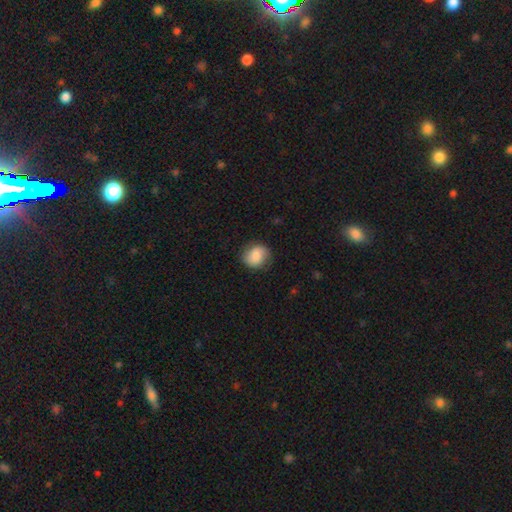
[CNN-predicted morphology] This is likely a smooth galaxy (78%). How rounded: likely round (73%). Merging: likely none (80%).